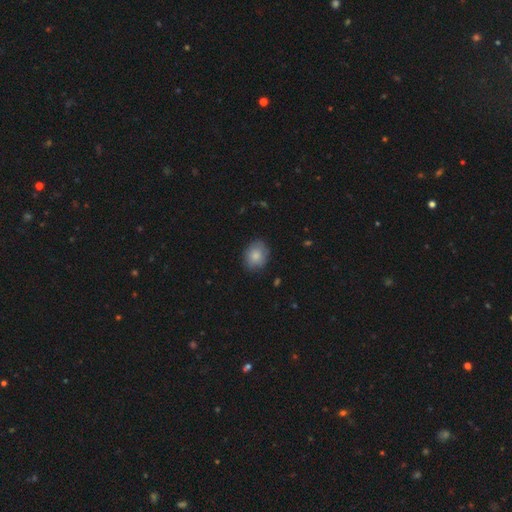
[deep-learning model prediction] smooth-or-featured: smooth: 82% | featured or disk: 11% | star or artifact: 7%
  how-rounded: round: 52% | in between: 47% | cigar-shaped: 1%
  merging: none: 80% | minor disturbance: 16% | major disturbance: 3% | merger: 1%